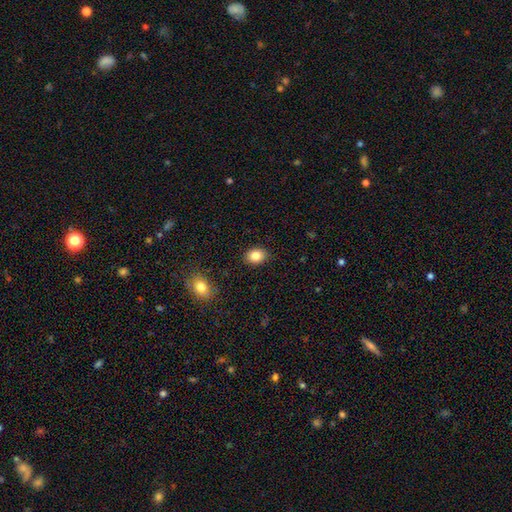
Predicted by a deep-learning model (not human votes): A smooth galaxy with no disk features (85%) that is in between round and cigar-shaped (56%).

Vote fractions:
- Smooth or featured? smooth: 85% / star or artifact: 9% / featured or disk: 6%
- How rounded? in between: 56% / round: 43% / cigar-shaped: 1%
- Merging? none: 88% / minor disturbance: 8% / major disturbance: 2% / merger: 1%